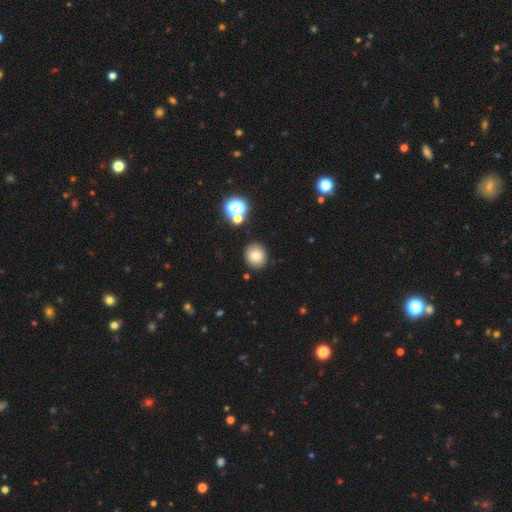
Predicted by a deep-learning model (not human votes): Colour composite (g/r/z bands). It shows a smooth galaxy with no disk features (79%) that is round (81%). Merging: none (86%).